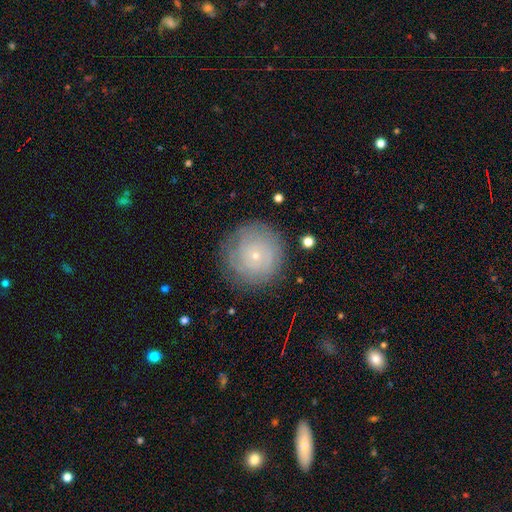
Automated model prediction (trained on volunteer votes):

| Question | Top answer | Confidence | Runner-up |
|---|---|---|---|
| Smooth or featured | featured or disk | 59% | smooth (33%) |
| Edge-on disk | no | 97% | yes (3%) |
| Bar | no | 87% | weak (10%) |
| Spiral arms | yes | 82% | no (18%) |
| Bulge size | small | 86% | moderate (10%) |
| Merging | none | 82% | minor disturbance (12%) |